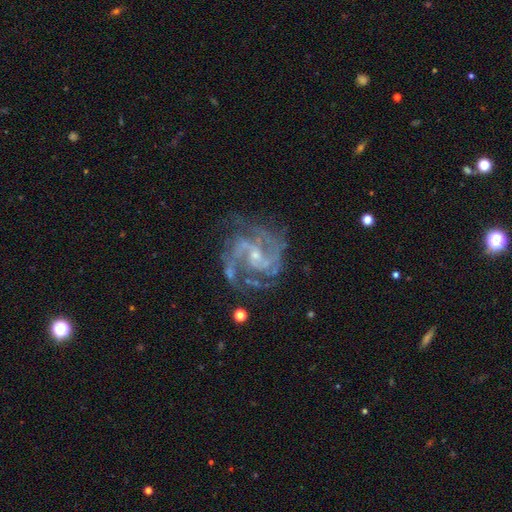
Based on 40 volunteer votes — Q: Smooth or featured?
A: featured or disk (90%); runner-up: smooth (5%)
Q: Edge-on disk?
A: no (97%); runner-up: yes (3%)
Q: Bar?
A: no (43%); runner-up: weak (31%)
Q: Spiral arms?
A: yes (100%)
Q: Spiral winding?
A: medium (77%); runner-up: tight (23%)
Q: Spiral arm count?
A: 2 (86%); runner-up: 4 (6%)
Q: Bulge size?
A: small (77%); runner-up: moderate (20%)
Q: Merging?
A: none (55%); runner-up: minor disturbance (21%)